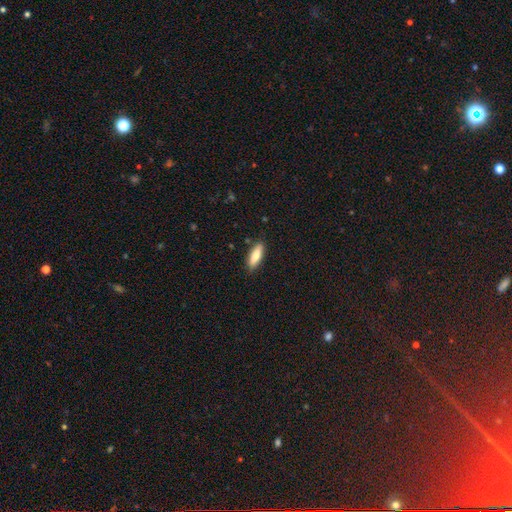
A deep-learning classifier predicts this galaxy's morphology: Smooth or featured? Predicted: smooth (p=0.81). How rounded? Predicted: in between (p=0.50). Merging? Predicted: none (p=0.86).